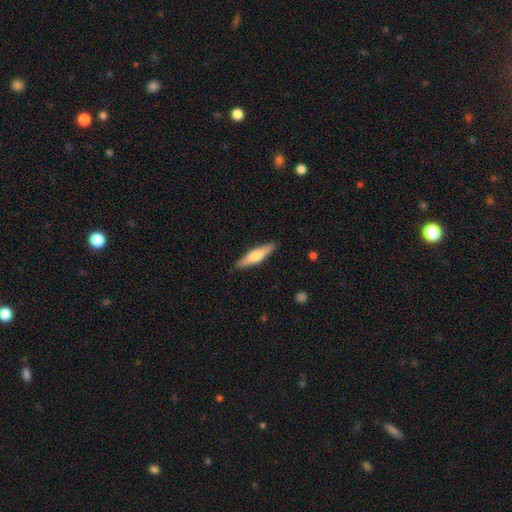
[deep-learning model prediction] This appears to be a smooth galaxy with no disk features (56%) that is cigar-shaped (72%). Merging: none (88%).